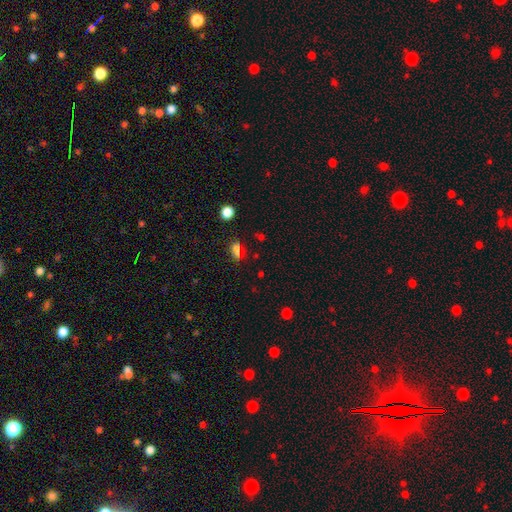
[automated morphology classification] A smooth galaxy with no disk features (46%, tied with star or artifact). Merging: none (83%).